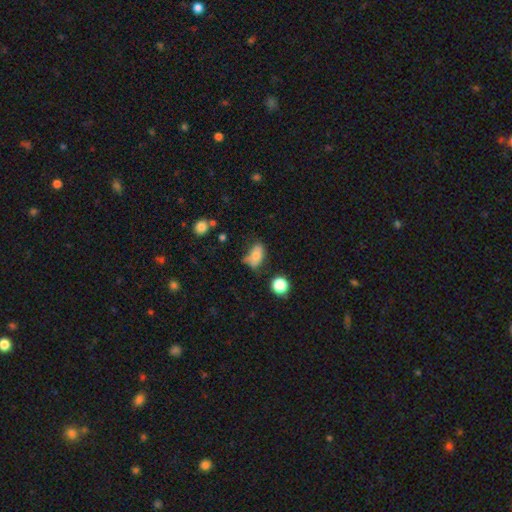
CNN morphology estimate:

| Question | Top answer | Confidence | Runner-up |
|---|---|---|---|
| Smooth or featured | smooth | 71% | featured or disk (17%) |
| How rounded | in between | 84% | round (14%) |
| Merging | none | 43% | minor disturbance (35%) |